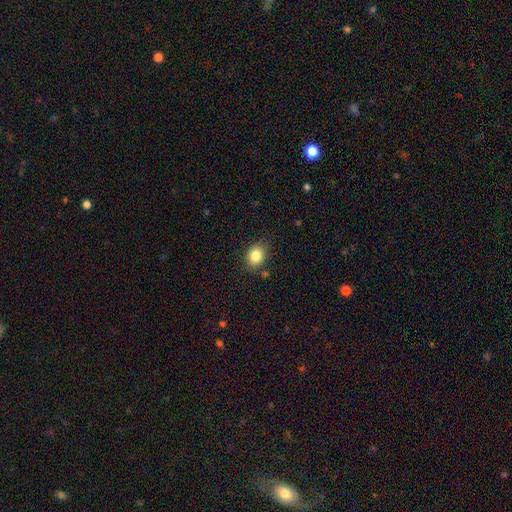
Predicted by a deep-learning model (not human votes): Q: Smooth or featured?
A: smooth (84%); runner-up: star or artifact (10%)
Q: How rounded?
A: in between (54%); runner-up: round (45%)
Q: Merging?
A: none (83%); runner-up: minor disturbance (12%)